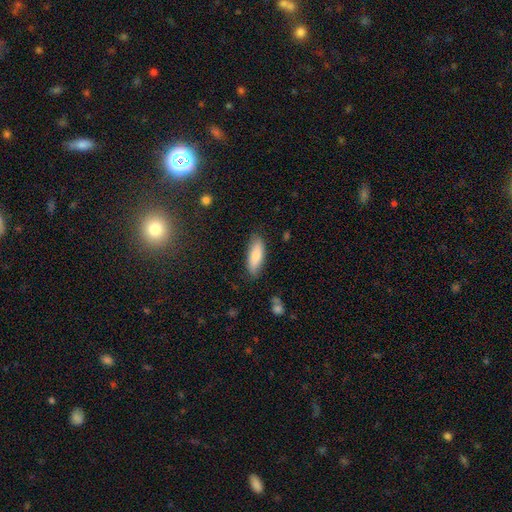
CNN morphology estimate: Smooth or featured? smooth (78%)
How rounded? in between (64%)
Merging? none (83%)